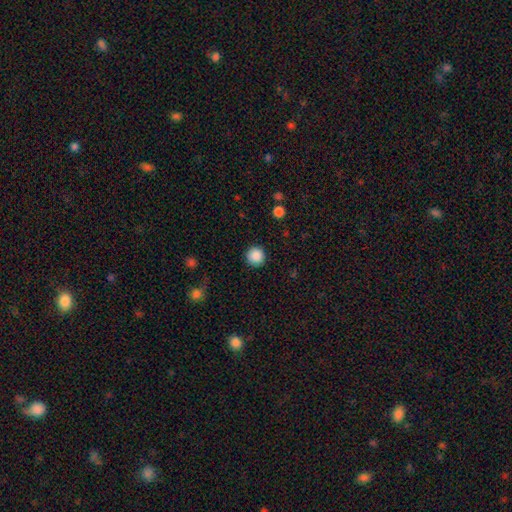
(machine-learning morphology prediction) smooth 88%, star or artifact 9%, featured or disk 3%. Down the decision tree: how rounded — round (95%); merging — none (91%).